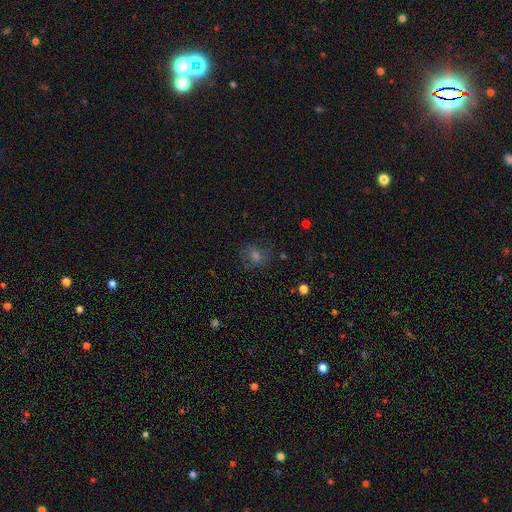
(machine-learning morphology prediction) The model was most divided on "smooth or featured": smooth: 40%, featured or disk: 33%, star or artifact: 27%. More confident: merging — none (78%).